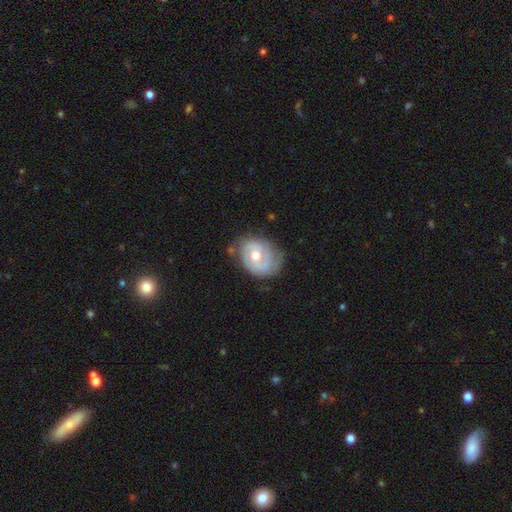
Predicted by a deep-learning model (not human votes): Smooth or featured: featured or disk — 67% (smooth — 27%)
Edge-on disk: no — 97% (yes — 3%)
Bar: no — 62% (weak — 31%)
Spiral arms: yes — 76% (no — 24%)
Bulge size: moderate — 71% (small — 23%)
Merging: none — 57% (minor disturbance — 29%)